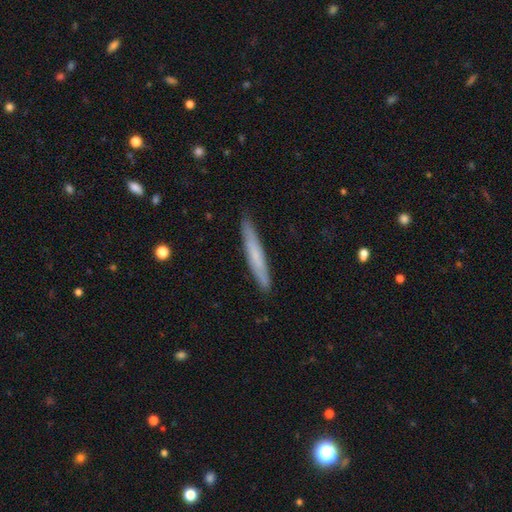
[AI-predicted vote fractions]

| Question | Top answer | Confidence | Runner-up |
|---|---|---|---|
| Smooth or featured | smooth | 62% | featured or disk (33%) |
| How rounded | cigar-shaped | 96% | in between (3%) |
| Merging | none | 90% | minor disturbance (7%) |